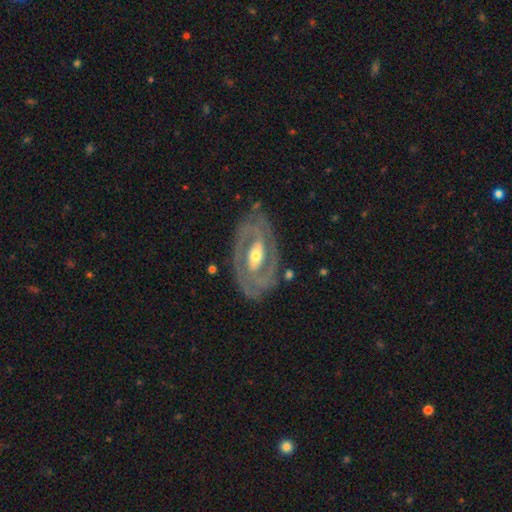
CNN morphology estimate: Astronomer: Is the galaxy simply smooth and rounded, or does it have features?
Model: featured or disk — 83%.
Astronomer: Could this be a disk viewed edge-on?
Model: no — 94%.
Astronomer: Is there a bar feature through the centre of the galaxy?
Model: strong — 34% (runner-up: no, 33%).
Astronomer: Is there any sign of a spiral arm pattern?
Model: yes — 77%.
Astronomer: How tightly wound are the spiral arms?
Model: tight — 60%.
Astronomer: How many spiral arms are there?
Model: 2 — 70%.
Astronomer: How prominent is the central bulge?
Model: moderate — 60%.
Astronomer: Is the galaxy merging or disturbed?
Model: none — 77%.